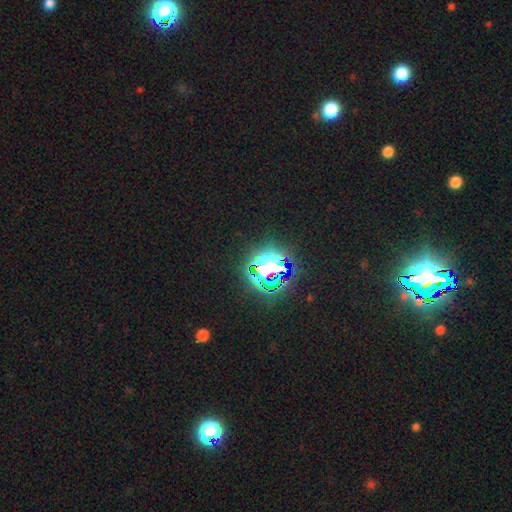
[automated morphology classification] star or artifact 83%, smooth 11%, featured or disk 6%.